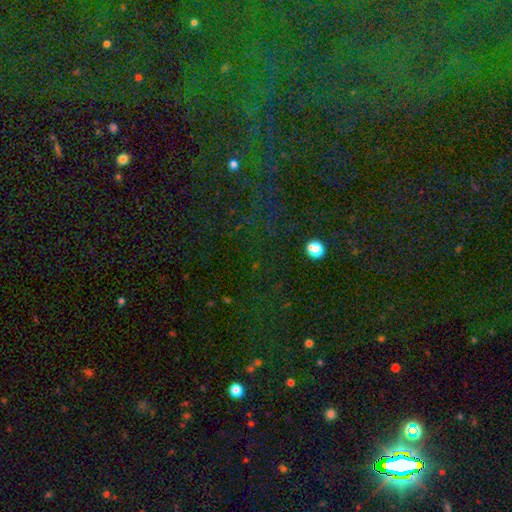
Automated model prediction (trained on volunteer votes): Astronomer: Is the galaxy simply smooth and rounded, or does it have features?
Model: star or artifact — 80%.